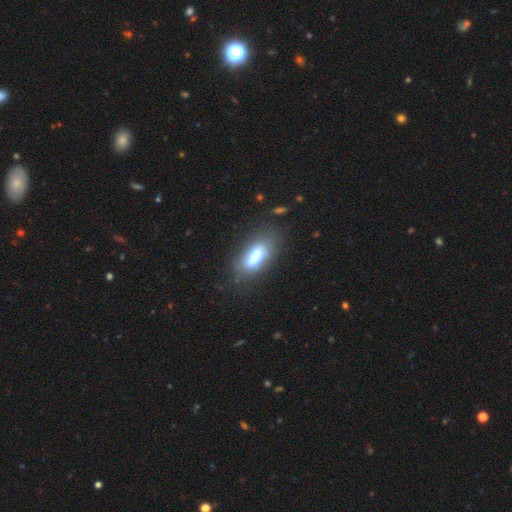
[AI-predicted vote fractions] smooth_or_featured: smooth (p=0.67) [alt: featured or disk p=0.24]
how_rounded: in between (p=0.78) [alt: cigar-shaped p=0.19]
merging: none (p=0.72) [alt: minor disturbance p=0.17]